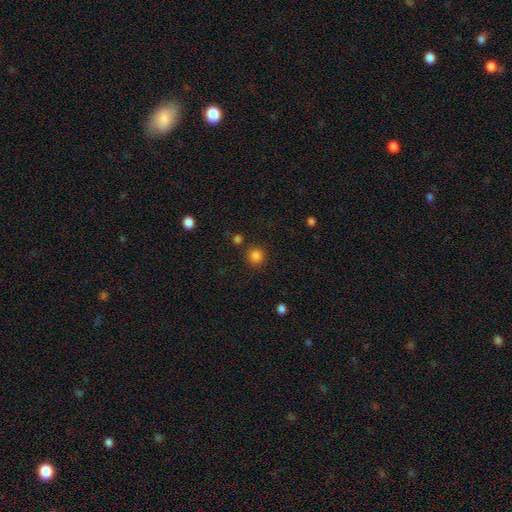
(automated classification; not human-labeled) smooth_or_featured: smooth (p=0.84) [alt: star or artifact p=0.13]
how_rounded: round (p=0.92) [alt: in between p=0.07]
merging: none (p=0.86) [alt: minor disturbance p=0.07]